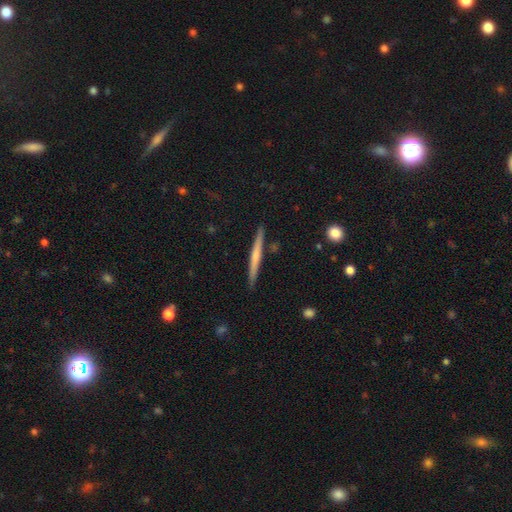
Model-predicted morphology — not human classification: The model was most divided on "smooth or featured": featured or disk: 51%, smooth: 44%, star or artifact: 6%. More confident: edge-on disk — yes (97%); merging — none (89%).